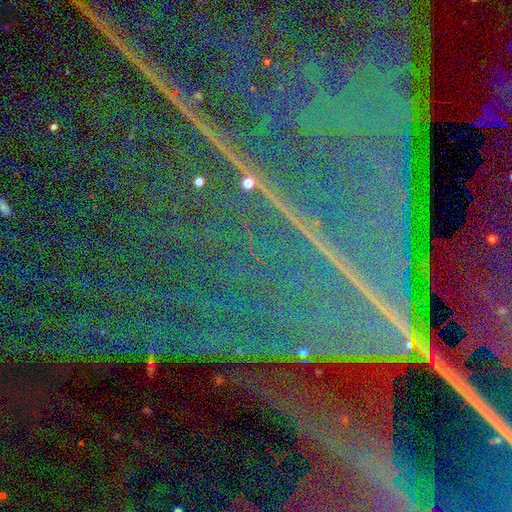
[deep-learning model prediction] Q: Smooth or featured?
A: star or artifact (90%); runner-up: featured or disk (6%)